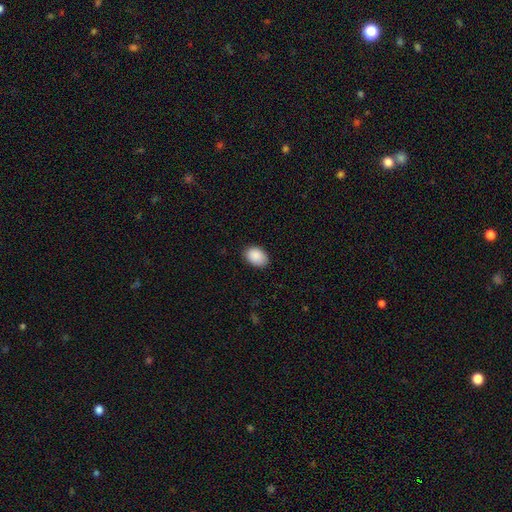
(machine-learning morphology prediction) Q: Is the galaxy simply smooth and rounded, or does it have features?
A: smooth — 90%.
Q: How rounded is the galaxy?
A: in between — 83%.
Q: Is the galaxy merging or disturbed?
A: none — 84%.